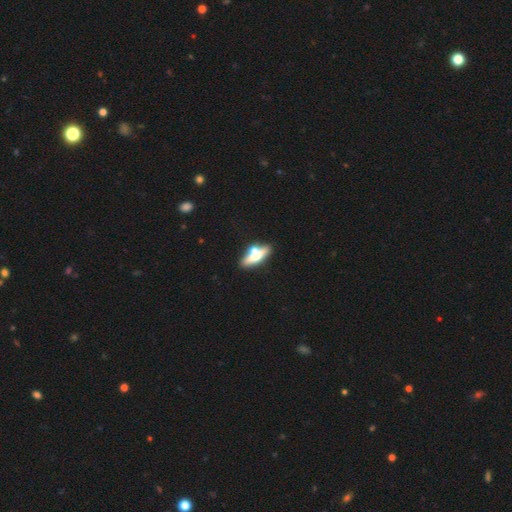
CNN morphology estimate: The model was most divided on "smooth or featured": featured or disk: 55%, smooth: 39%, star or artifact: 7%. More confident: edge-on disk — yes (83%); merging — none (58%).